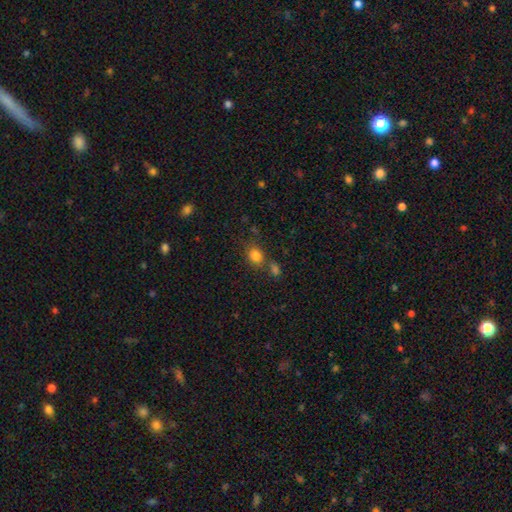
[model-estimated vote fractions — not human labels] Smooth or featured? smooth (81%)
How rounded? round (59%)
Merging? none (64%)